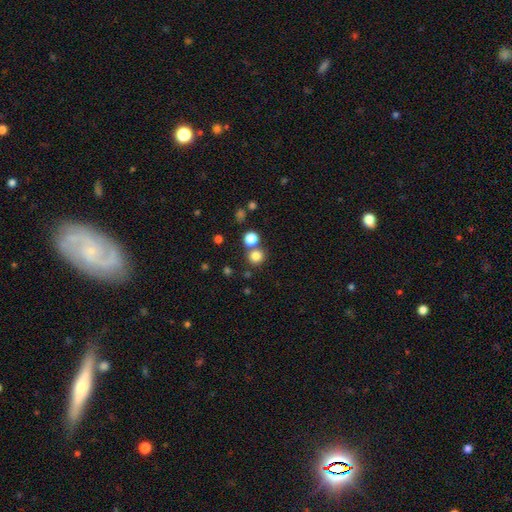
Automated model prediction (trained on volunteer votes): smooth 80%, star or artifact 14%, featured or disk 6%. Down the decision tree: how rounded — round (91%); merging — none (70%).